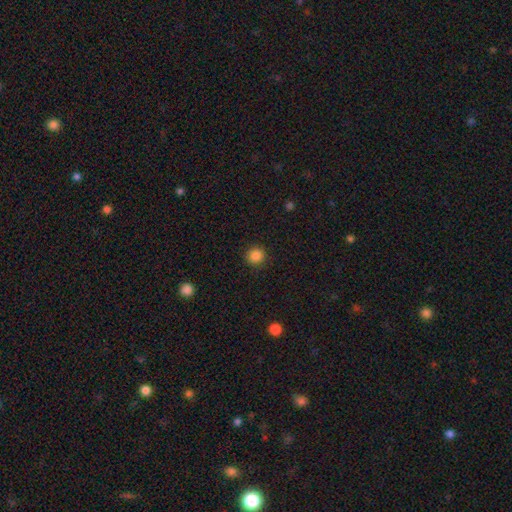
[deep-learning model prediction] smooth_or_featured: smooth (p=0.86) [alt: star or artifact p=0.11]
how_rounded: round (p=0.92) [alt: in between p=0.07]
merging: none (p=0.91) [alt: minor disturbance p=0.06]